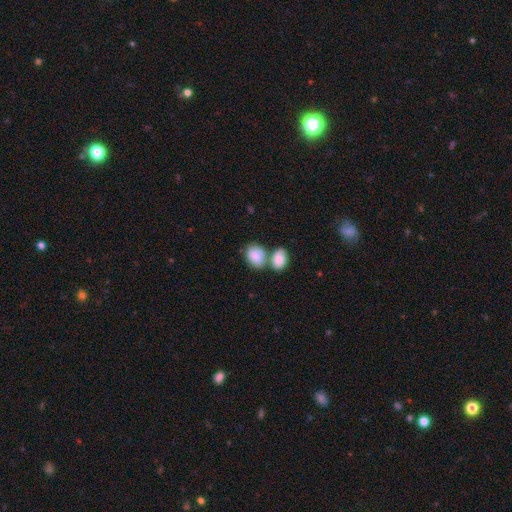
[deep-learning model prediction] Smooth or featured? smooth (86%)
How rounded? in between (75%)
Merging? merger (50%)